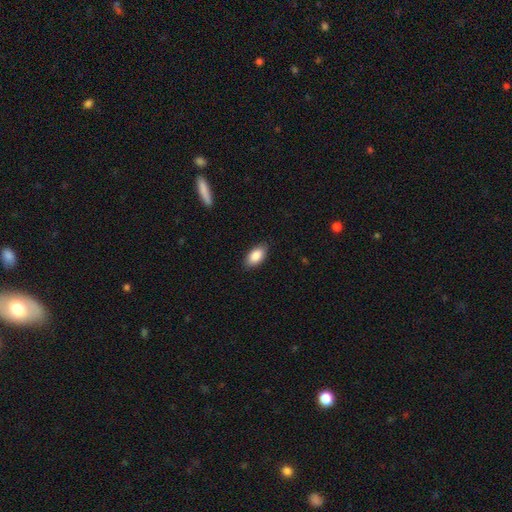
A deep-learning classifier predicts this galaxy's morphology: This is clearly a smooth galaxy (88%). How rounded: clearly in between (93%). Merging: clearly none (86%).